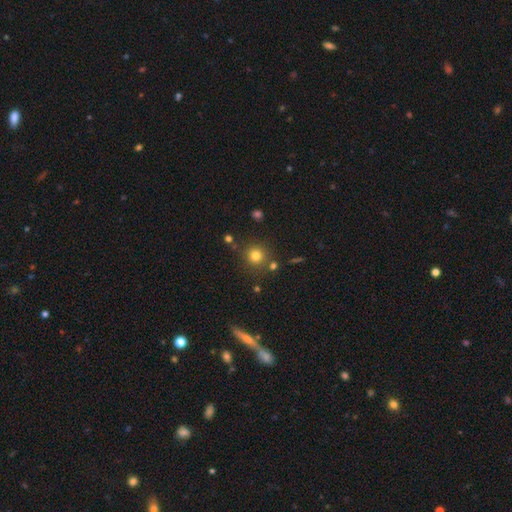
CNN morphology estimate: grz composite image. It shows a smooth galaxy with no disk features (77%) that is round (92%). Merging: none (80%).